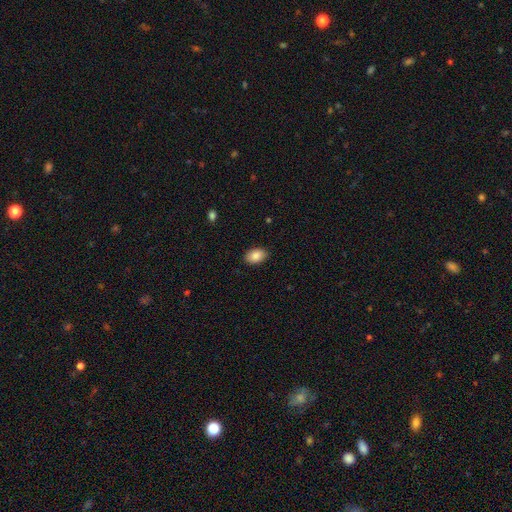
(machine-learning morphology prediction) type=smooth (87%); roundness=in between (88%); merging=none (88%).